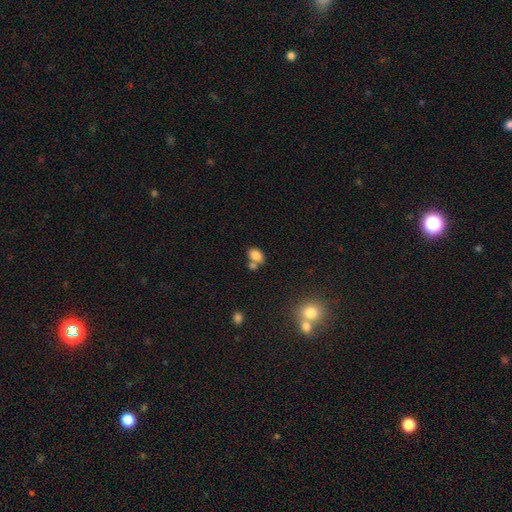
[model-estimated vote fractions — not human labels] This is clearly a smooth galaxy (82%). How rounded: likely in between (70%). Merging: possibly none (50%).